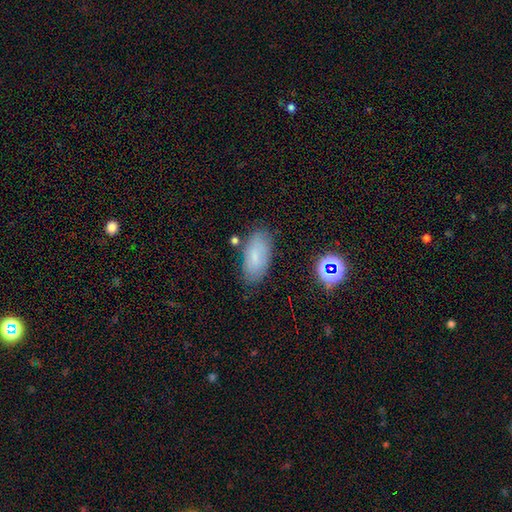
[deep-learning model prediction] Smooth or featured? smooth (74%)
How rounded? in between (91%)
Merging? none (78%)